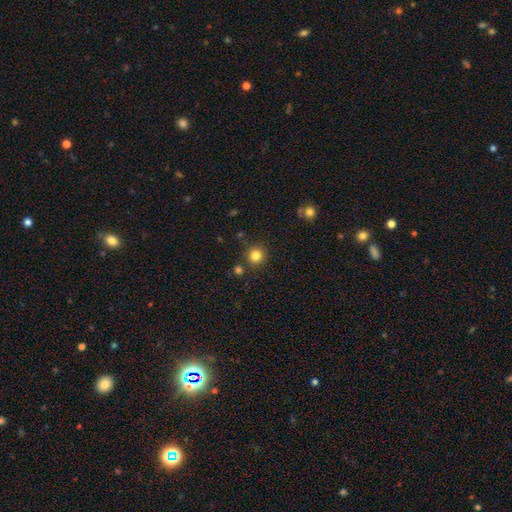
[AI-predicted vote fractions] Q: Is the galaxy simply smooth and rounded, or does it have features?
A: smooth — 83%.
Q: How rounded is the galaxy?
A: round — 93%.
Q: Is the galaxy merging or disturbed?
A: none — 86%.